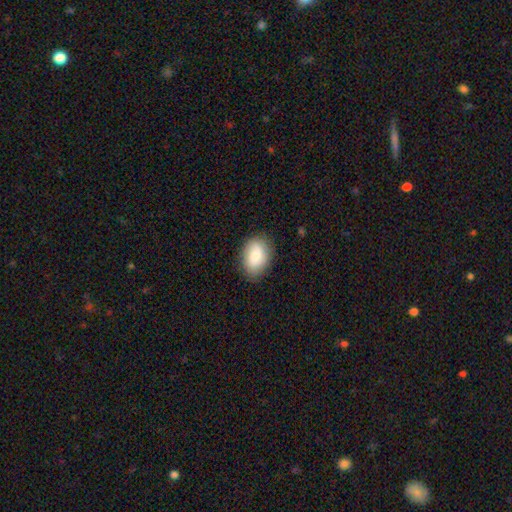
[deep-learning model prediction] Smooth or featured: smooth — 79% (featured or disk — 14%)
How rounded: in between — 82% (round — 17%)
Merging: none — 83% (minor disturbance — 13%)